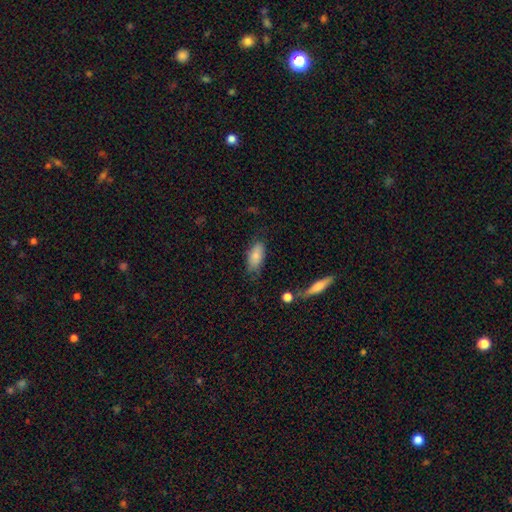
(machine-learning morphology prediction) smooth-or-featured: smooth: 80% | featured or disk: 13% | star or artifact: 7%
  how-rounded: in between: 88% | cigar-shaped: 9% | round: 3%
  merging: none: 63% | minor disturbance: 24% | major disturbance: 8% | merger: 5%